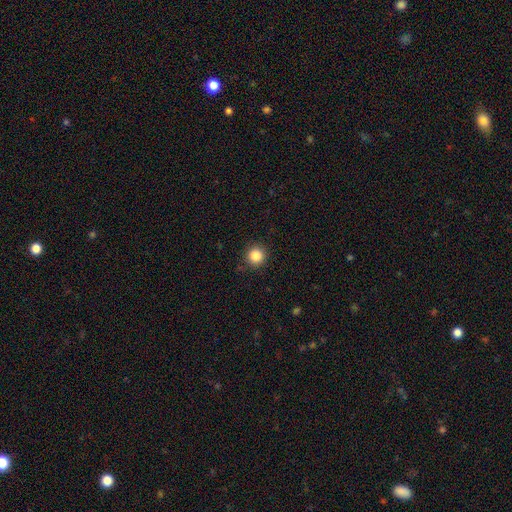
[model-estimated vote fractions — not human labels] A smooth galaxy with no disk features (85%) that is round (94%).

Vote fractions:
- Smooth or featured? smooth: 85% / star or artifact: 11% / featured or disk: 4%
- How rounded? round: 94% / in between: 5% / cigar-shaped: 1%
- Merging? none: 90% / minor disturbance: 7% / major disturbance: 2% / merger: 1%